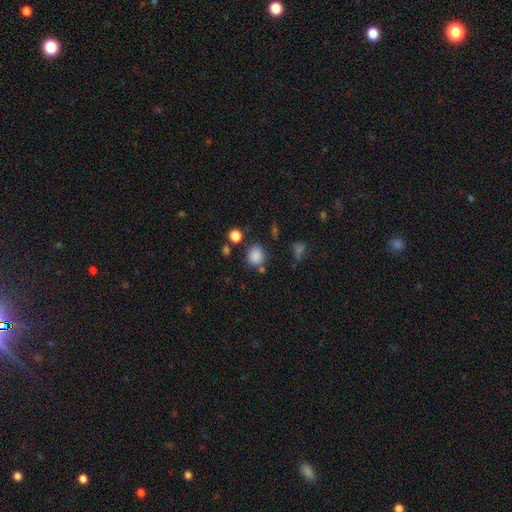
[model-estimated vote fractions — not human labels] The model was most divided on "how rounded": round: 76%, in between: 23%, cigar-shaped: 1%. More confident: smooth or featured — smooth (85%); merging — none (75%).